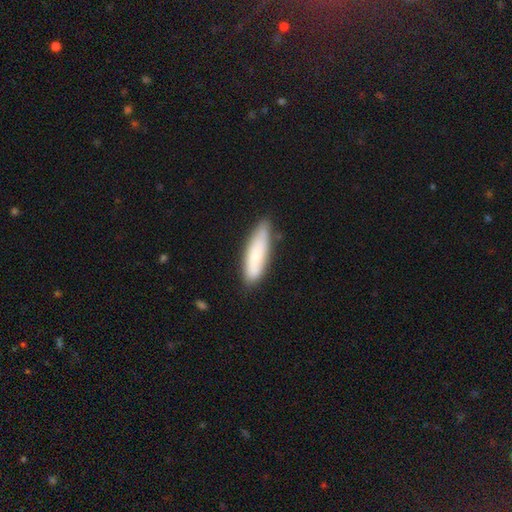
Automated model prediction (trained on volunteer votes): Morphology: type=smooth (76%); roundness=cigar-shaped (65%); merging=none (77%).